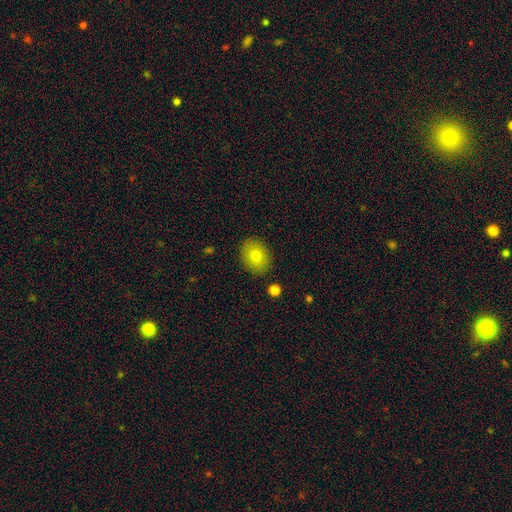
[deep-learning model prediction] Smooth or featured? Predicted: smooth (p=0.78). How rounded? Predicted: in between (p=0.55). Merging? Predicted: none (p=0.87).